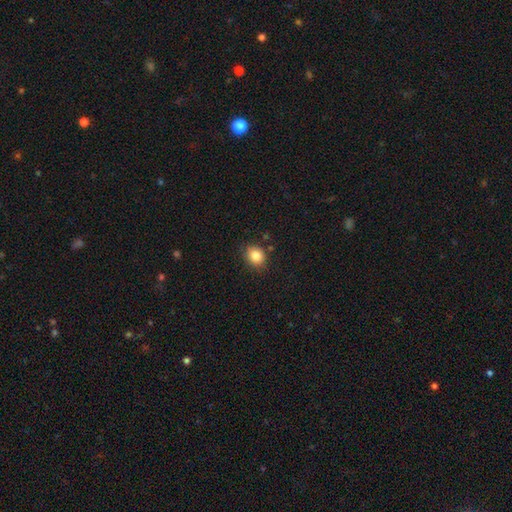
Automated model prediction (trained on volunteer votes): smooth-or-featured: smooth: 84% | star or artifact: 10% | featured or disk: 6%
  how-rounded: round: 58% | in between: 41% | cigar-shaped: 1%
  merging: none: 82% | minor disturbance: 13% | major disturbance: 3% | merger: 3%